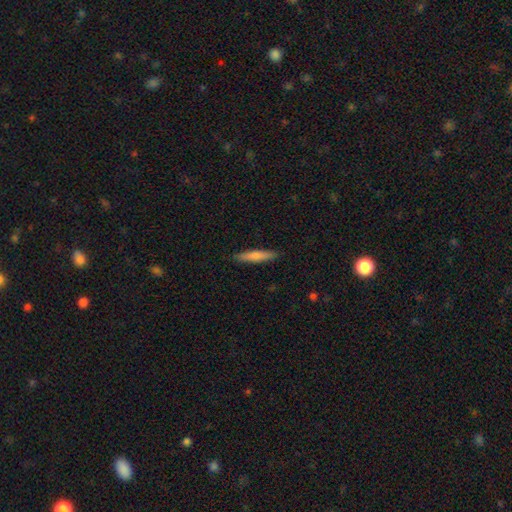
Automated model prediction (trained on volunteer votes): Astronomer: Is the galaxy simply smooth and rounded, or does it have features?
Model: smooth — 72%.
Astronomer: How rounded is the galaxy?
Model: cigar-shaped — 90%.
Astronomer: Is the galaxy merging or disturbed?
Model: none — 90%.